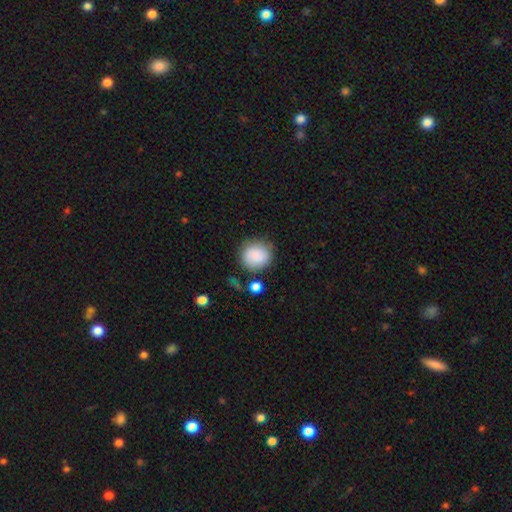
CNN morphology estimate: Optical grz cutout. It shows a smooth galaxy with no disk features (85%) that is round (82%). Merging: none (77%).